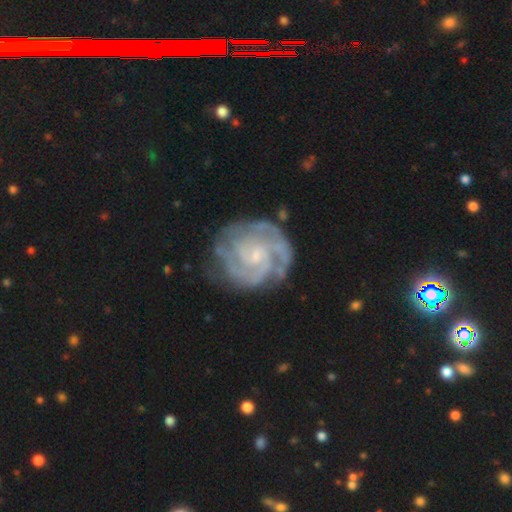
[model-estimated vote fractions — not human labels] This appears to be a featured or disk galaxy (90%) with no bar (62%), 3 (30%) tight (67%) spiral arms (97%) and a small central bulge (74%). Merging: none (73%).